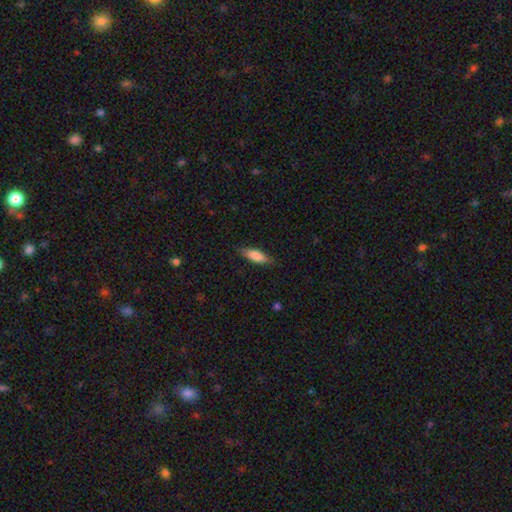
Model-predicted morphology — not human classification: The model was most divided on "how rounded": in between: 58%, cigar-shaped: 40%, round: 2%. More confident: merging — none (81%); smooth or featured — smooth (80%).